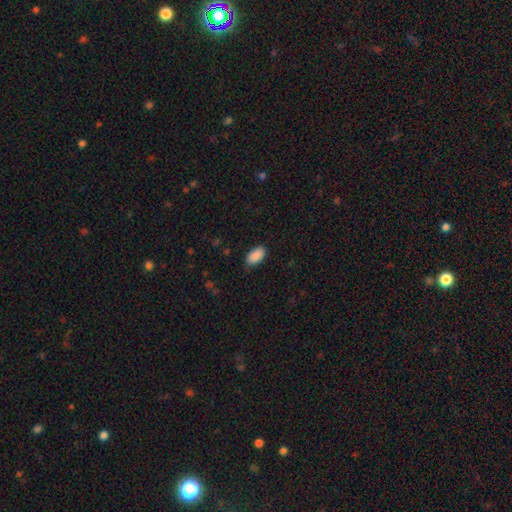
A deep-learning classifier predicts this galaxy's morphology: smooth-or-featured: smooth: 90% | star or artifact: 7% | featured or disk: 3%
  how-rounded: in between: 95% | round: 3% | cigar-shaped: 2%
  merging: none: 83% | minor disturbance: 13% | major disturbance: 3% | merger: 1%